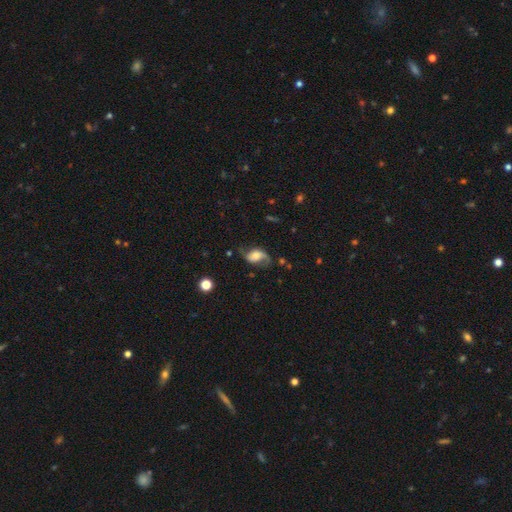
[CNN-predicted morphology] This is possibly a featured or disk galaxy (60%). It is clearly not viewed edge-on (96%). Bar: possibly no (58%). Spiral arm pattern: clearly yes (90%). Spiral arm count: likely 2 (77%). Spiral winding: likely loose (63%). Central bulge: marginally moderate (37%). Merging: possibly none (55%).